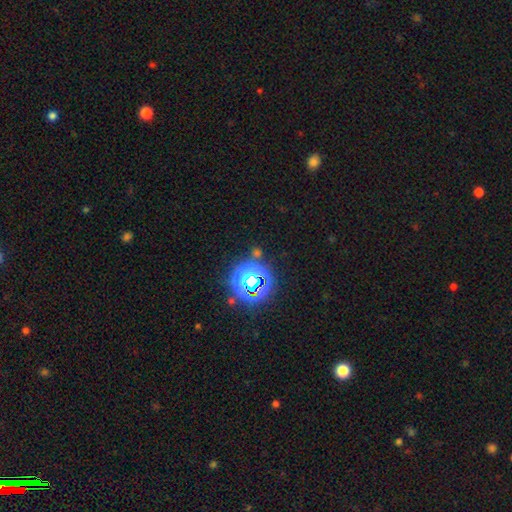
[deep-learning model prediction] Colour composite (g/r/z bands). It shows a star or artifact, not a galaxy (69%).